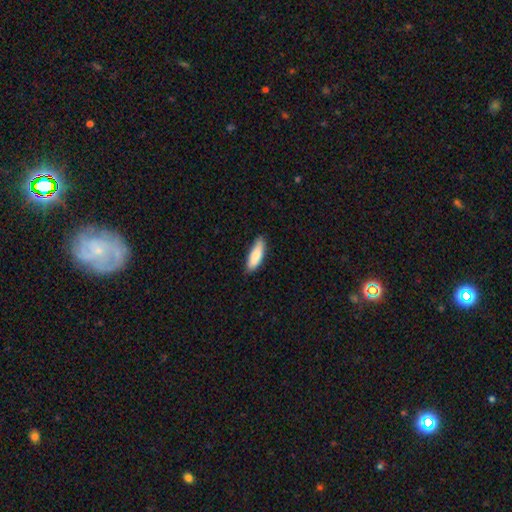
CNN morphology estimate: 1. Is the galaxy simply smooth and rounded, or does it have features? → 85% smooth, 9% featured or disk, 6% star or artifact.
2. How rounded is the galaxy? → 57% in between, 41% cigar-shaped, 2% round.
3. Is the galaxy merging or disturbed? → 81% none, 16% minor disturbance, 2% major disturbance, 1% merger.